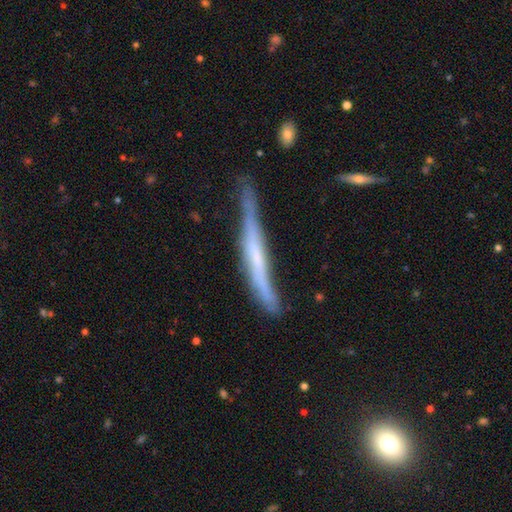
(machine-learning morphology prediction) featured or disk 59%, smooth 34%, star or artifact 6%. Down the decision tree: edge-on disk — yes (91%); edge-on bulge — none (64%); merging — none (53%).